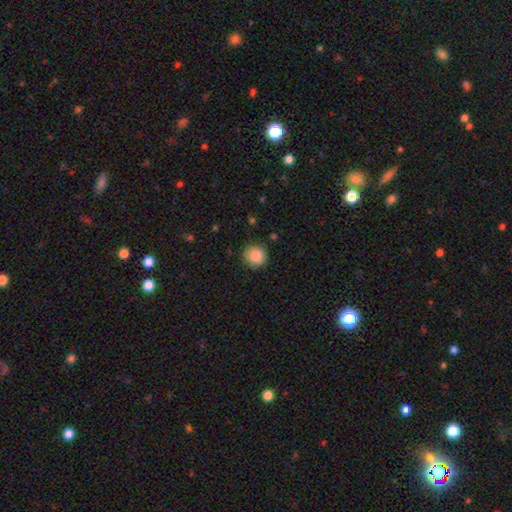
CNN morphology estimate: Smooth or featured? smooth (87%)
How rounded? round (92%)
Merging? none (85%)